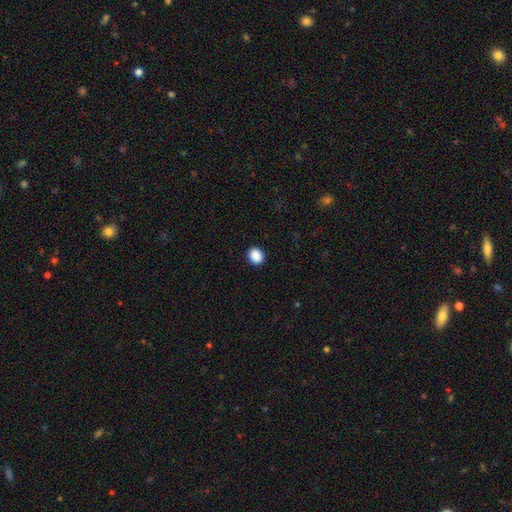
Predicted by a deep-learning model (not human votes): smooth-or-featured: smooth: 89% | star or artifact: 8% | featured or disk: 2%
  how-rounded: round: 65% | in between: 34% | cigar-shaped: 1%
  merging: none: 92% | minor disturbance: 5% | major disturbance: 2% | merger: 1%